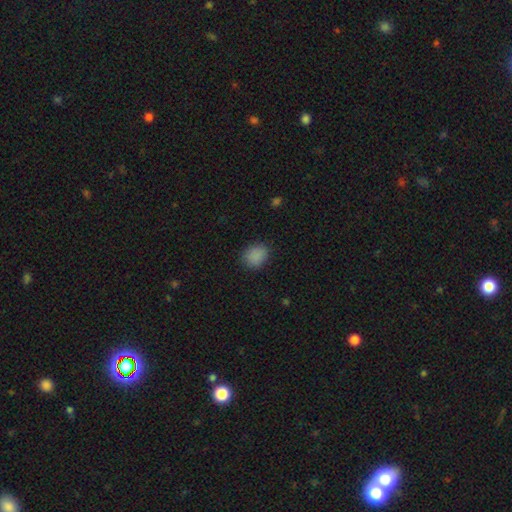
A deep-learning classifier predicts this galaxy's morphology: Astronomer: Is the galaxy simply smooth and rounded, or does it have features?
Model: smooth — 86%.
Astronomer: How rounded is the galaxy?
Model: round — 56% (runner-up: in between, 43%).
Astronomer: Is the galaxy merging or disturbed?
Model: none — 83%.